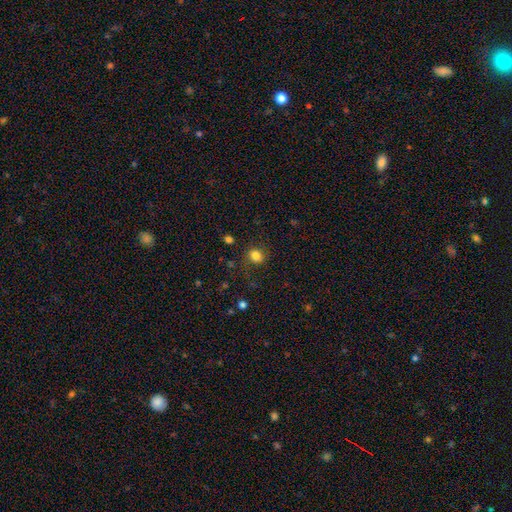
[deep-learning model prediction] Q: Smooth or featured?
A: smooth (82%); runner-up: star or artifact (12%)
Q: How rounded?
A: round (70%); runner-up: in between (29%)
Q: Merging?
A: none (81%); runner-up: minor disturbance (12%)